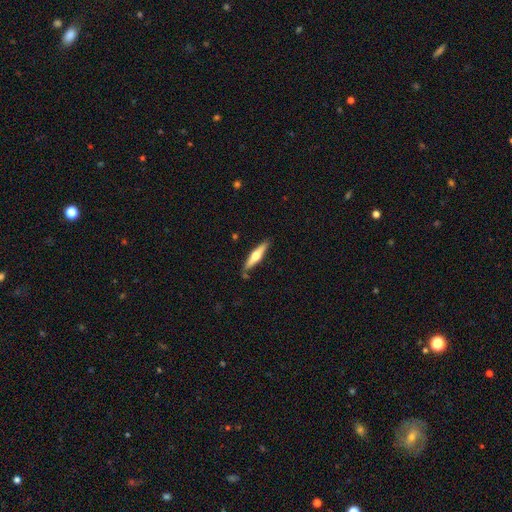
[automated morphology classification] Smooth or featured?
  - featured or disk: 56% *
  - smooth: 39%
  - star or artifact: 5%
Edge-on disk?
  - yes: 95% *
  - no: 5%
Edge-on bulge?
  - rounded: 93% *
  - boxy: 4%
  - none: 3%
Merging?
  - none: 86% *
  - minor disturbance: 10%
  - merger: 3%
  - major disturbance: 2%